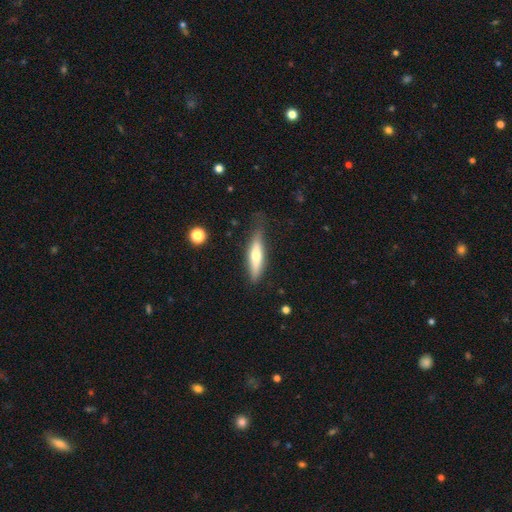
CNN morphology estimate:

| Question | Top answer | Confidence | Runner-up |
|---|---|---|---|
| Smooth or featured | smooth | 51% | featured or disk (43%) |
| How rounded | cigar-shaped | 75% | in between (23%) |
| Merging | none | 73% | minor disturbance (20%) |